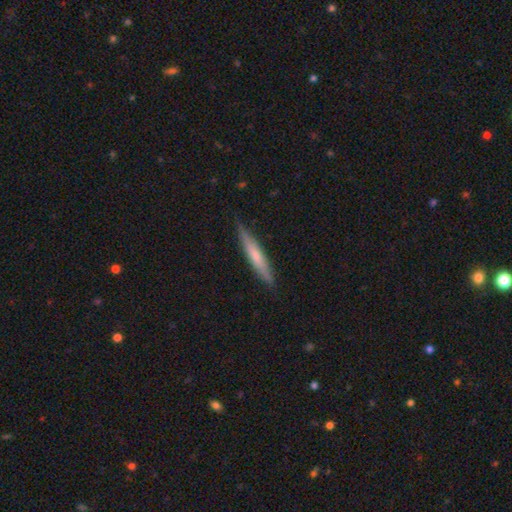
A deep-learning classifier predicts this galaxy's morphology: smooth-or-featured: smooth: 58% | featured or disk: 37% | star or artifact: 6%
  how-rounded: cigar-shaped: 93% | in between: 5% | round: 1%
  merging: none: 86% | minor disturbance: 11% | major disturbance: 2% | merger: 1%